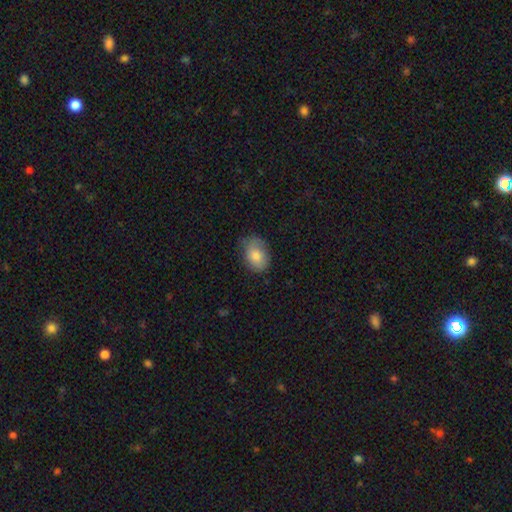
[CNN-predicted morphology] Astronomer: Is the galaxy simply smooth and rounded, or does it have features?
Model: smooth — 81%.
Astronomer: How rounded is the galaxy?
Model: in between — 79%.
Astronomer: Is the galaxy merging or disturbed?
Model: none — 70%.